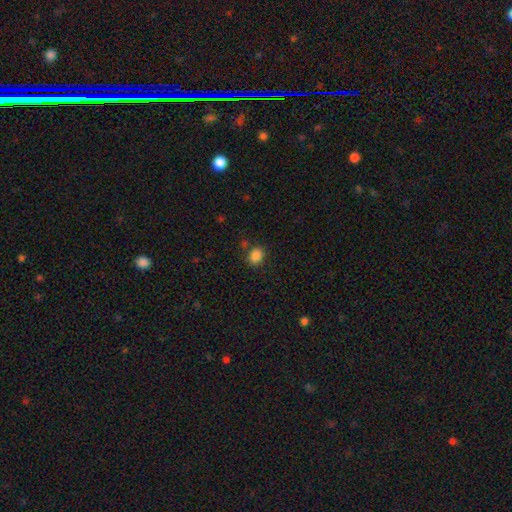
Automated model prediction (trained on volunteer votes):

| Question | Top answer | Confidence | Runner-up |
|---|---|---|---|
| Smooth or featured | smooth | 85% | star or artifact (11%) |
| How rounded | in between | 55% | round (44%) |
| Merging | none | 79% | minor disturbance (12%) |